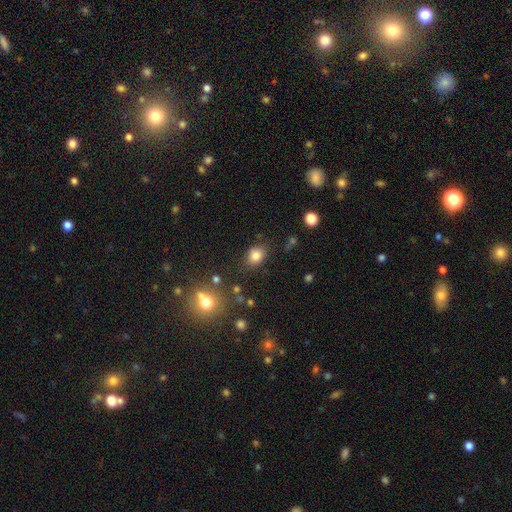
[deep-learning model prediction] smooth-or-featured: smooth: 81% | star or artifact: 12% | featured or disk: 7%
  how-rounded: in between: 55% | round: 44% | cigar-shaped: 1%
  merging: none: 79% | minor disturbance: 14% | major disturbance: 4% | merger: 4%